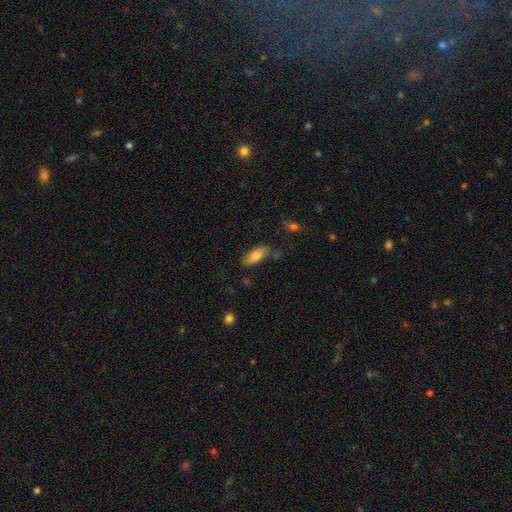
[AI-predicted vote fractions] smooth-or-featured: smooth: 77% | featured or disk: 16% | star or artifact: 7%
  how-rounded: in between: 83% | cigar-shaped: 14% | round: 3%
  merging: none: 72% | minor disturbance: 18% | merger: 5% | major disturbance: 4%